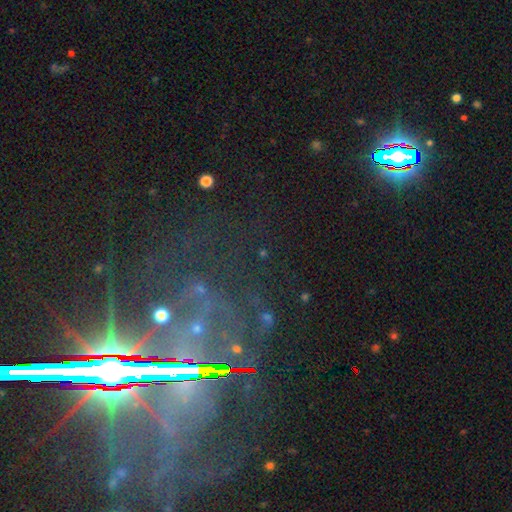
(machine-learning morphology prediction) Smooth or featured: star or artifact — 75% (featured or disk — 16%)